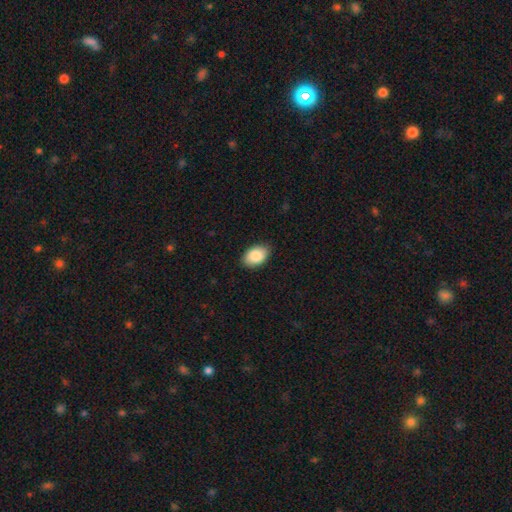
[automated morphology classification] This appears to be a smooth galaxy with no disk features (87%) that is in between round and cigar-shaped (90%). Merging: none (87%).